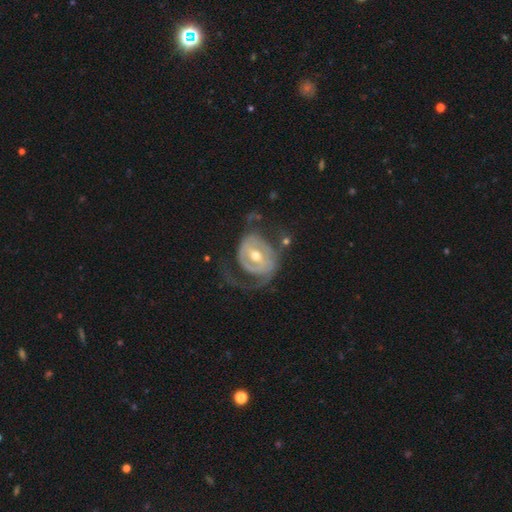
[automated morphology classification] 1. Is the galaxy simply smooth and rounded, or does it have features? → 83% featured or disk, 13% smooth, 5% star or artifact.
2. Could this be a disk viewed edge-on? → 97% no, 3% yes.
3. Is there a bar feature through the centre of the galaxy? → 43% weak, 34% strong, 23% no.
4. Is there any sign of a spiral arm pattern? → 82% yes, 18% no.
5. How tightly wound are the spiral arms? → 37% tight, 36% medium, 27% loose.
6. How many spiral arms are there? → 53% 2, 24% 1, 15% can't tell, 4% 3, 2% 4, 2% more than 4.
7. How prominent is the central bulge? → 66% moderate, 28% small, 4% large, 1% none, 1% dominant.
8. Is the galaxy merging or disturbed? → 43% none, 34% major disturbance, 19% minor disturbance, 4% merger.